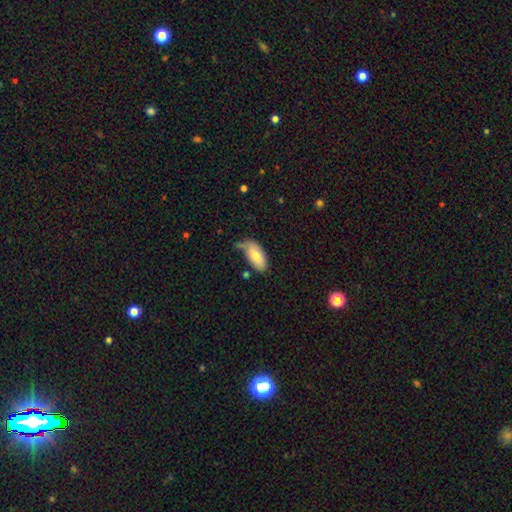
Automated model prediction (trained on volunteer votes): Smooth or featured? smooth (76%)
How rounded? in between (91%)
Merging? none (49%)